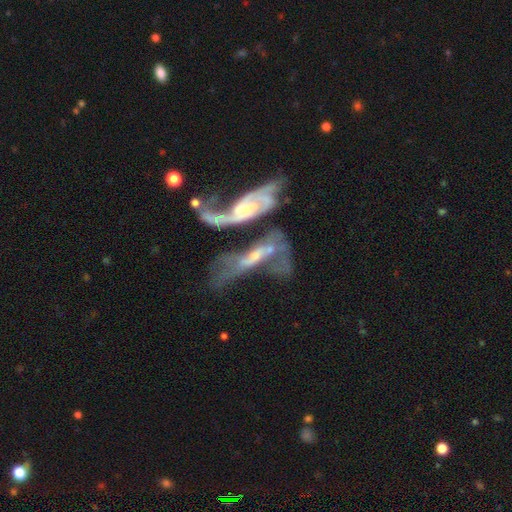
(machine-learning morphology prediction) This is likely a featured or disk galaxy (74%). It is clearly not viewed edge-on (84%). Bar: possibly no (59%). Spiral arm pattern: likely yes (73%). Central bulge: marginally small (38%). Merging: likely merger (70%).